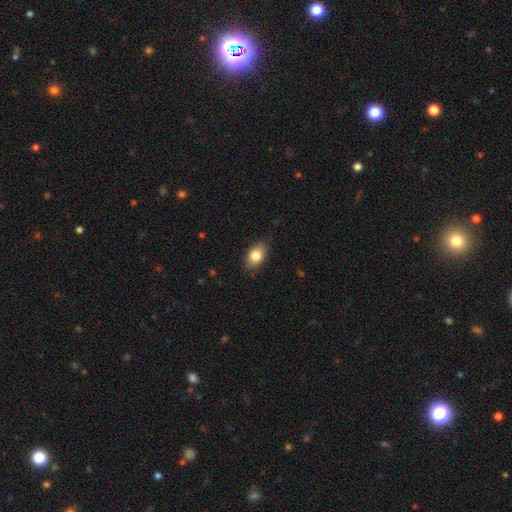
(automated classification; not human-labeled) A smooth galaxy with no disk features (82%) that is in between round and cigar-shaped (87%).

Vote fractions:
- Smooth or featured? smooth: 82% / featured or disk: 10% / star or artifact: 8%
- How rounded? in between: 87% / round: 12% / cigar-shaped: 2%
- Merging? none: 80% / minor disturbance: 16% / major disturbance: 3% / merger: 1%